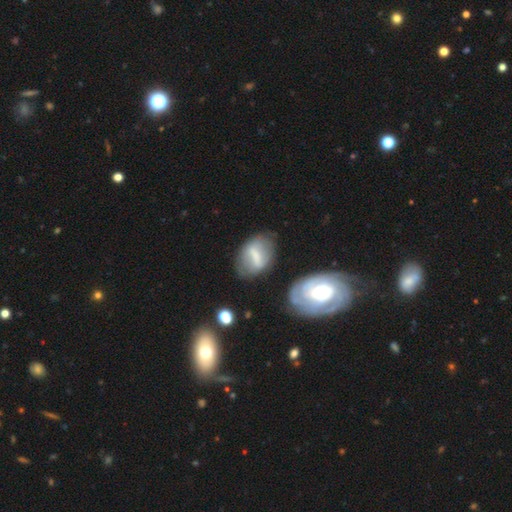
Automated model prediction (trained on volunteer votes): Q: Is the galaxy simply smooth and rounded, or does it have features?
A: featured or disk — 48%.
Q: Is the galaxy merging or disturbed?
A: none — 63%.